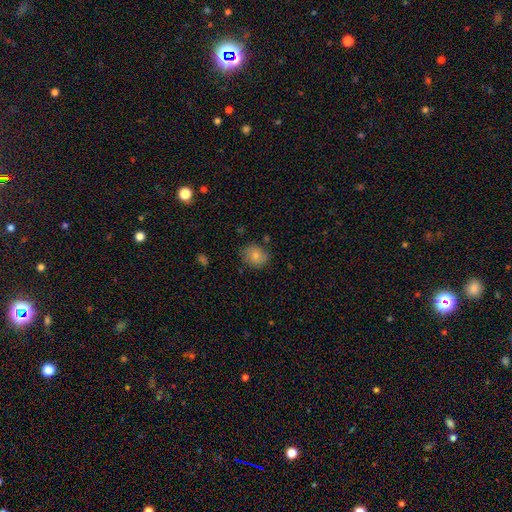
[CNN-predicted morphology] Smooth or featured? Predicted: smooth (p=0.79). How rounded? Predicted: round (p=0.69). Merging? Predicted: none (p=0.76).